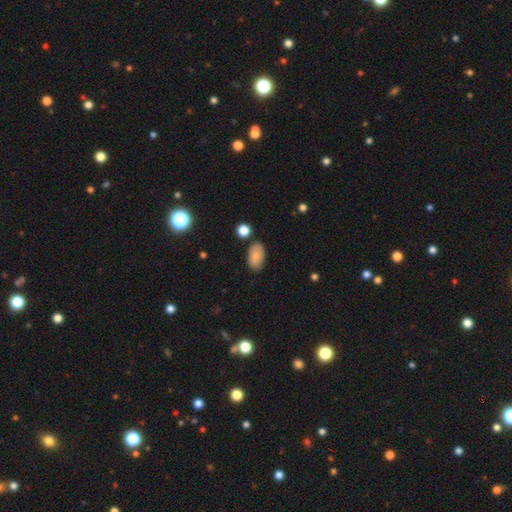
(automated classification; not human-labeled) smooth 84%, star or artifact 8%, featured or disk 7%. Down the decision tree: how rounded — in between (93%); merging — none (78%).